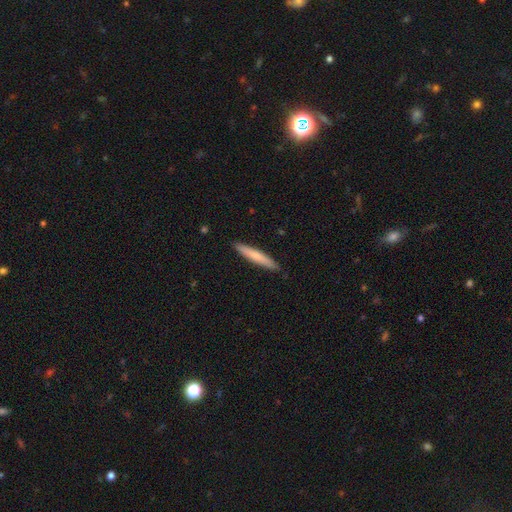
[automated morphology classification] smooth-or-featured: smooth: 70% | featured or disk: 25% | star or artifact: 5%
  how-rounded: cigar-shaped: 94% | in between: 5% | round: 1%
  merging: none: 91% | minor disturbance: 7% | major disturbance: 1% | merger: 1%